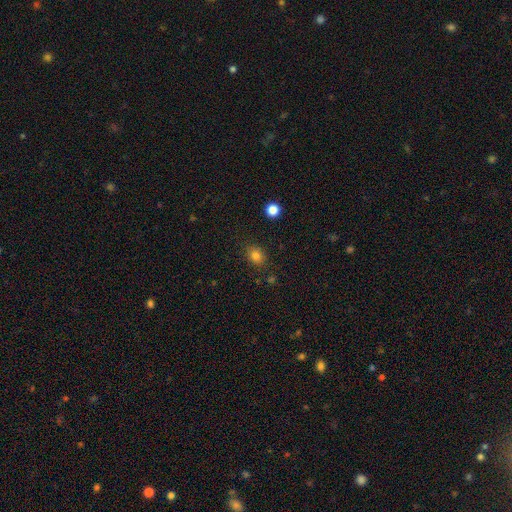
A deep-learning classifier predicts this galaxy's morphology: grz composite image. It shows a smooth galaxy with no disk features (82%) that is round (51%). Merging: none (85%).